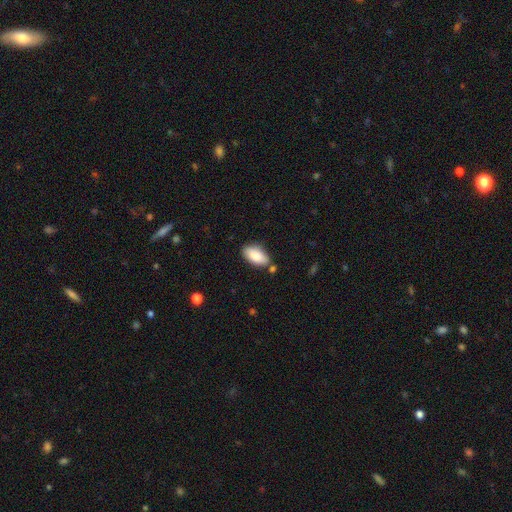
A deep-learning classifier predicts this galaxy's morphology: The model was most divided on "merging": none: 75%, minor disturbance: 15%, merger: 6%, major disturbance: 3%. More confident: how rounded — in between (93%); smooth or featured — smooth (87%).